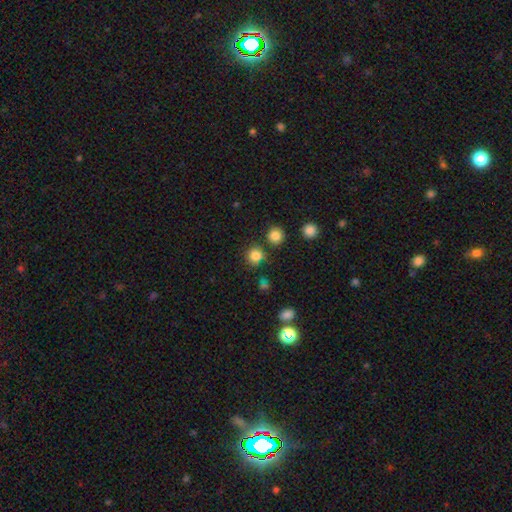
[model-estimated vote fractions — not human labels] Morphology: type=smooth (81%); roundness=round (90%); merging=none (79%).